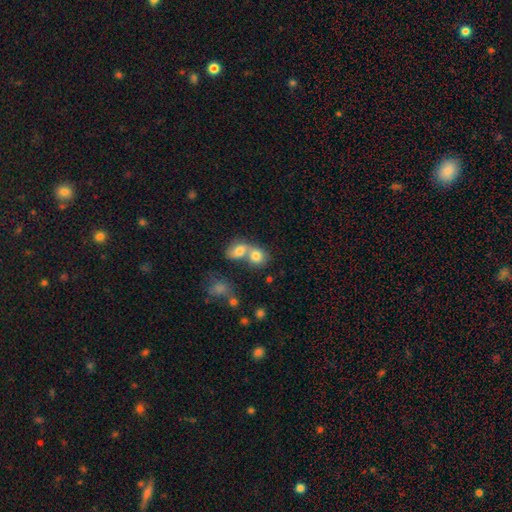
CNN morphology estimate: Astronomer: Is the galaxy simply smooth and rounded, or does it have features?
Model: smooth — 74%.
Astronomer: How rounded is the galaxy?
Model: round — 55% (runner-up: in between, 43%).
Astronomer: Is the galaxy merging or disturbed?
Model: merger — 70%.